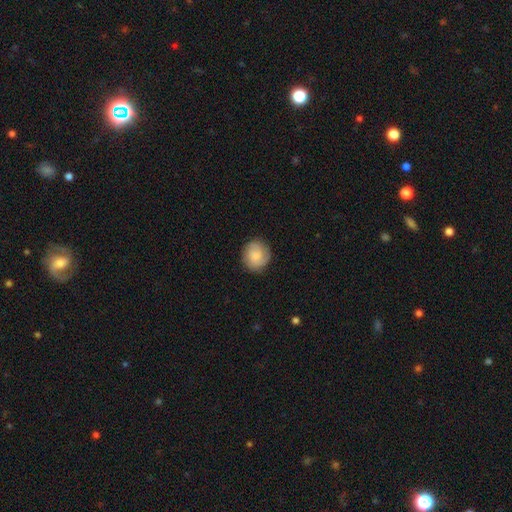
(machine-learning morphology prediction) This appears to be a smooth galaxy with no disk features (48%). Merging: none (83%).